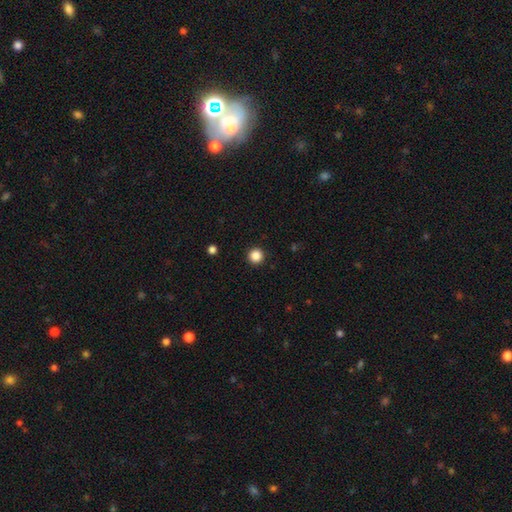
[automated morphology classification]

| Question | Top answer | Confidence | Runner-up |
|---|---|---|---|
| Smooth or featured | smooth | 86% | star or artifact (11%) |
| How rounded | round | 96% | in between (3%) |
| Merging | none | 93% | minor disturbance (4%) |